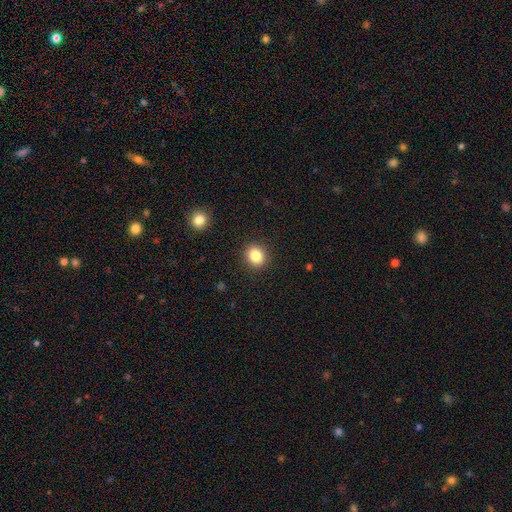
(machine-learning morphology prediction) Overall: smooth (85%). How rounded: round (73%). Merging: none (91%).